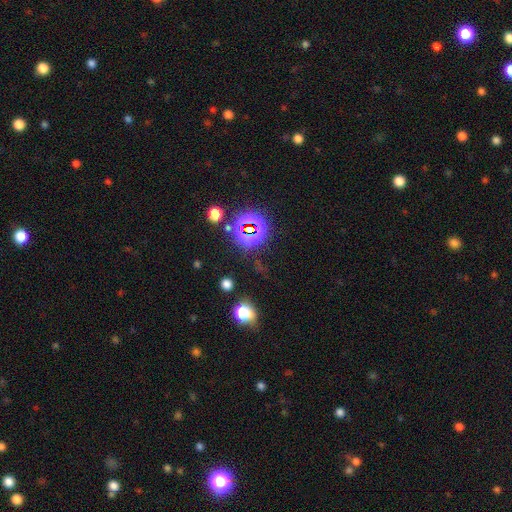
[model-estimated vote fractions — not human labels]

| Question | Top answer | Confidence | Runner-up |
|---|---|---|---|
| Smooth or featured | star or artifact | 76% | smooth (15%) |